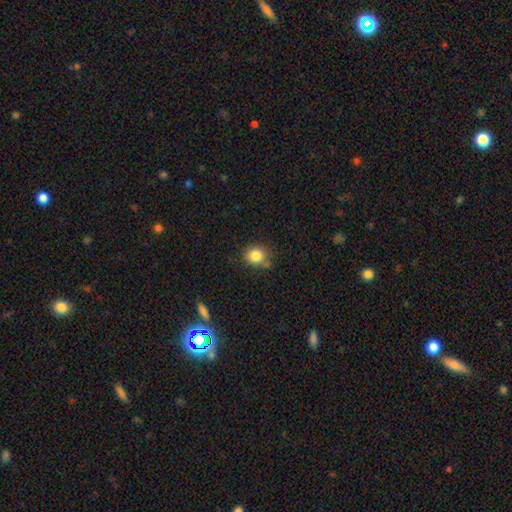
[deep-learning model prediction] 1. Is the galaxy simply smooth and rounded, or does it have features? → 84% smooth, 10% star or artifact, 6% featured or disk.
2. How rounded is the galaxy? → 74% round, 25% in between, 1% cigar-shaped.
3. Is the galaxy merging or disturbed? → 72% none, 19% minor disturbance, 5% merger, 4% major disturbance.